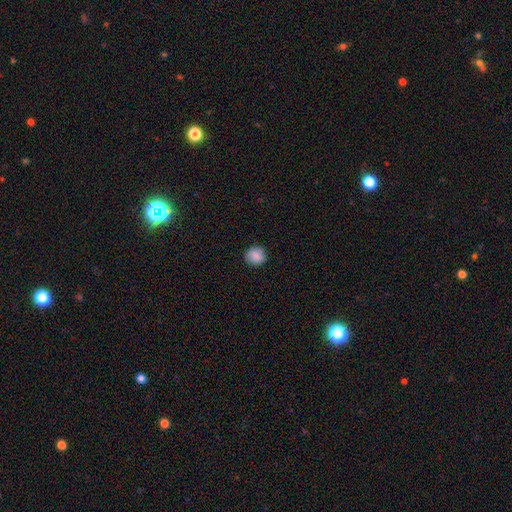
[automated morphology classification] Overall: smooth (88%). How rounded: round (86%). Merging: none (89%).